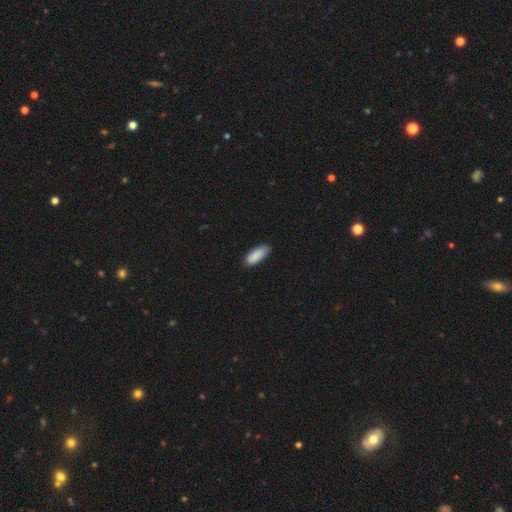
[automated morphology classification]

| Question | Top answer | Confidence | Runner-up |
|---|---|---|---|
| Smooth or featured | smooth | 89% | star or artifact (6%) |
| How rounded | in between | 72% | cigar-shaped (26%) |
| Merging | none | 84% | minor disturbance (13%) |